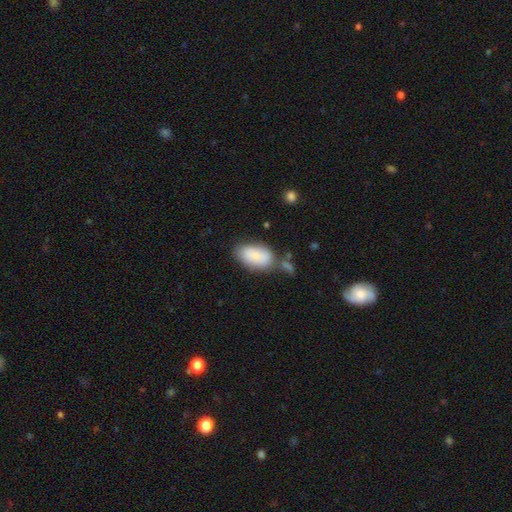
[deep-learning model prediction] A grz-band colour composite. It shows a smooth galaxy with no disk features (80%) that is in between round and cigar-shaped (94%). Merging: none (52%).